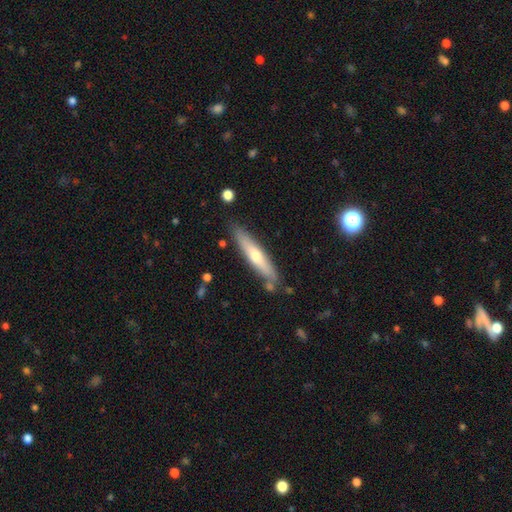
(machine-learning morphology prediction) smooth-or-featured: smooth: 52% | featured or disk: 43% | star or artifact: 6%
  how-rounded: cigar-shaped: 87% | in between: 11% | round: 1%
  merging: none: 81% | minor disturbance: 12% | merger: 4% | major disturbance: 2%